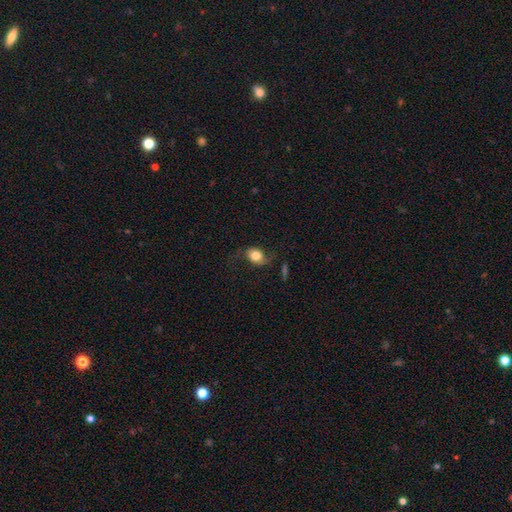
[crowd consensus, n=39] Q: Smooth or featured?
A: smooth (62%); runner-up: featured or disk (31%)
Q: How rounded?
A: in between (83%); runner-up: round (17%)
Q: Merging?
A: none (61%); runner-up: minor disturbance (22%)